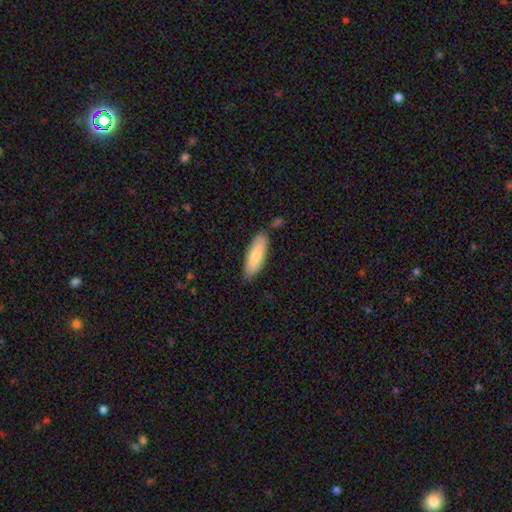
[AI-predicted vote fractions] A smooth galaxy with no disk features (75%) that is in between round and cigar-shaped (54%).

Vote fractions:
- Smooth or featured? smooth: 75% / featured or disk: 19% / star or artifact: 6%
- How rounded? in between: 54% / cigar-shaped: 45% / round: 2%
- Merging? none: 79% / minor disturbance: 14% / merger: 4% / major disturbance: 3%